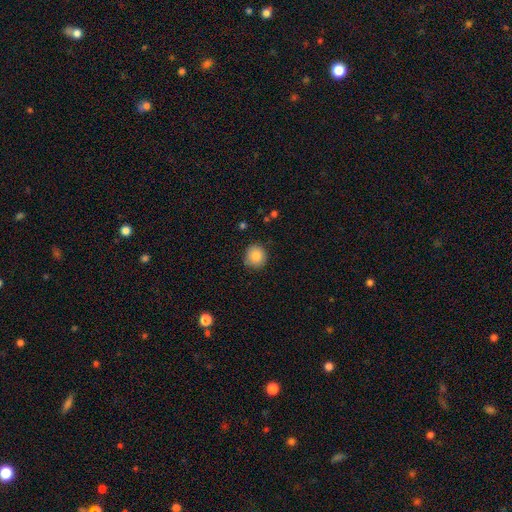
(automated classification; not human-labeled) Q: Smooth or featured?
A: smooth (85%); runner-up: star or artifact (9%)
Q: How rounded?
A: round (90%); runner-up: in between (9%)
Q: Merging?
A: none (83%); runner-up: minor disturbance (14%)